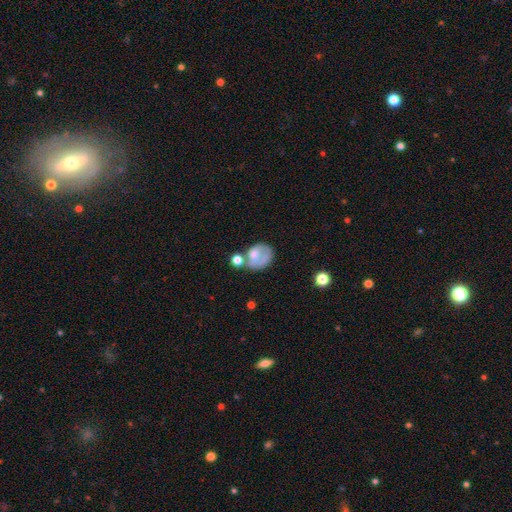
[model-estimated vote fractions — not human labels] Smooth or featured: smooth — 60% (featured or disk — 29%)
How rounded: in between — 53% (round — 46%)
Merging: none — 33% (merger — 23%)